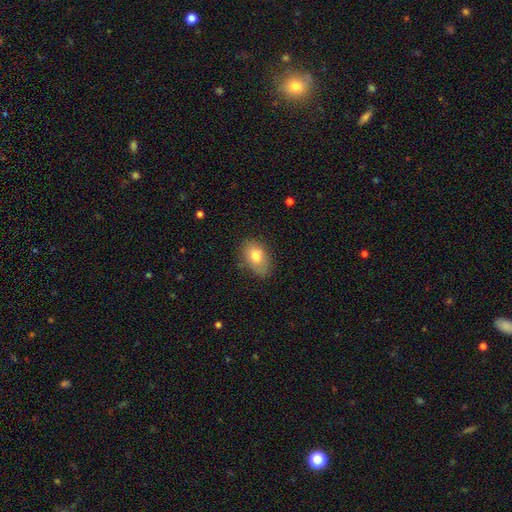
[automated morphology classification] Overall: smooth (78%). How rounded: in between (84%). Merging: none (72%).